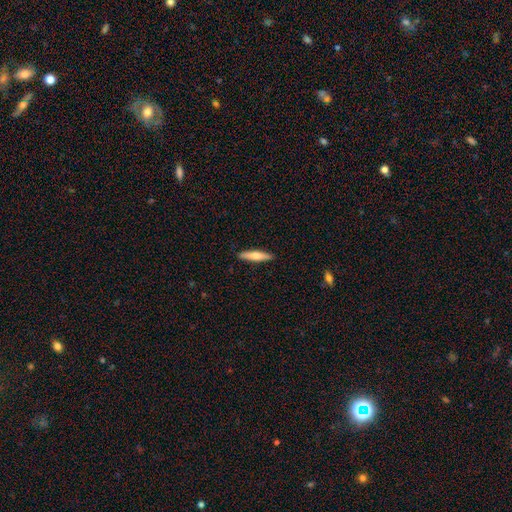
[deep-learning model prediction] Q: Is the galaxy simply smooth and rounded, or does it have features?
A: smooth — 62%.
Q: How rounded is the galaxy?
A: cigar-shaped — 83%.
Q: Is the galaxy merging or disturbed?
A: none — 90%.